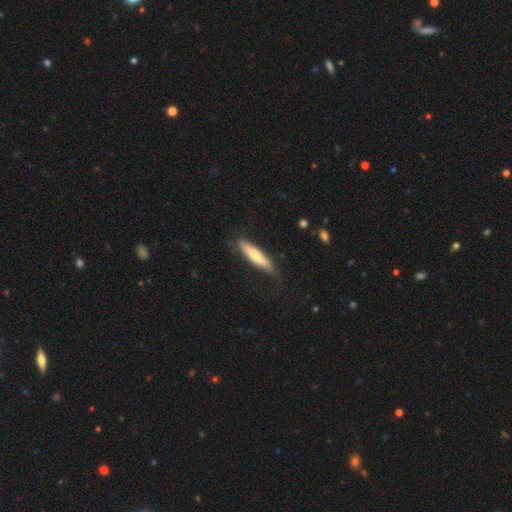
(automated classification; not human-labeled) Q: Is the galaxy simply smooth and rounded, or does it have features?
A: smooth — 60%.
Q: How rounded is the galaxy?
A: cigar-shaped — 74%.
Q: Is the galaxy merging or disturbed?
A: none — 73%.